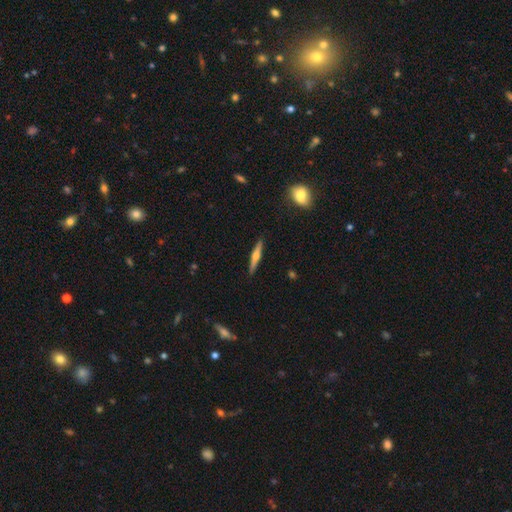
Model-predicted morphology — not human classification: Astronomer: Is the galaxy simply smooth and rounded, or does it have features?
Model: featured or disk — 64%.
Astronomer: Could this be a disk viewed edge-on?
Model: yes — 97%.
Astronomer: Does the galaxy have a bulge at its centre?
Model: rounded — 92%.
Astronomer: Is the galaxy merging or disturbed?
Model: none — 91%.